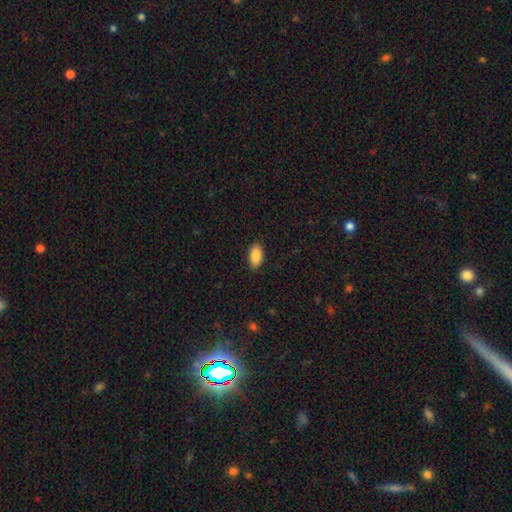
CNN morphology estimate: A smooth galaxy with no disk features (90%) that is in between round and cigar-shaped (93%). Merging: none (89%).